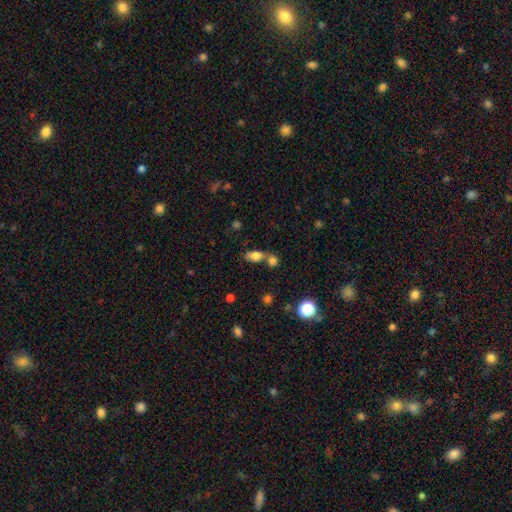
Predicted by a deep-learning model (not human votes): Smooth or featured? smooth (78%)
How rounded? in between (84%)
Merging? merger (44%)